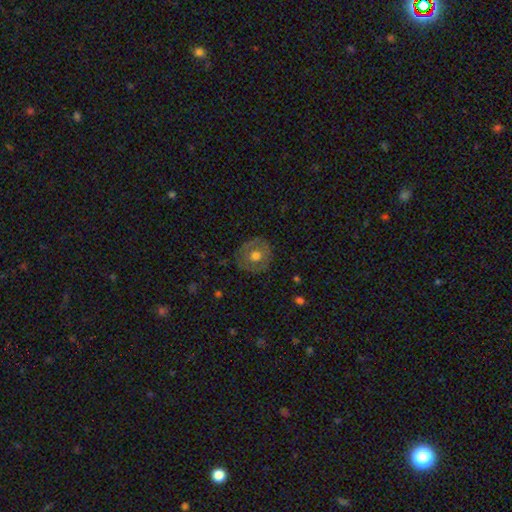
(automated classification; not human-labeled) Smooth or featured? Predicted: smooth (p=0.54). How rounded? Predicted: round (p=0.85). Merging? Predicted: none (p=0.80).